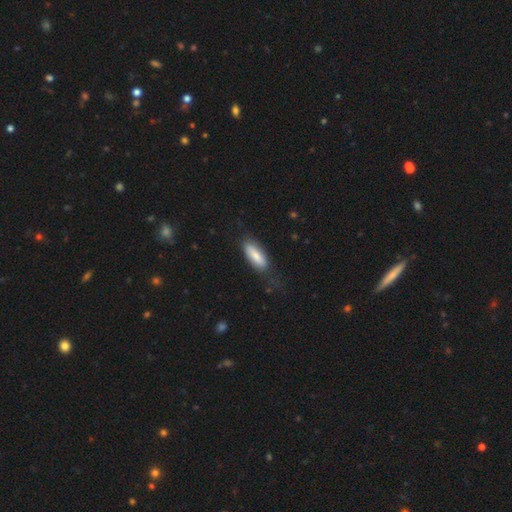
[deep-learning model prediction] smooth 79%, featured or disk 15%, star or artifact 6%. Down the decision tree: how rounded — in between (66%); merging — none (69%).